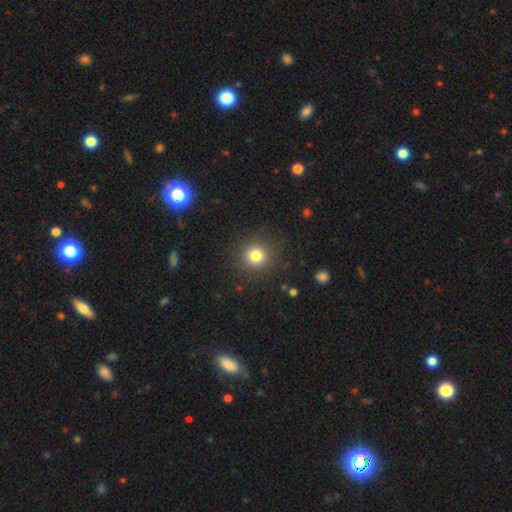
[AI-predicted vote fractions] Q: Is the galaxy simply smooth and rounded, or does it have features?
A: smooth — 80%.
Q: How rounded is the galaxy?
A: round — 93%.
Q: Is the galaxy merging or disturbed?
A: none — 88%.